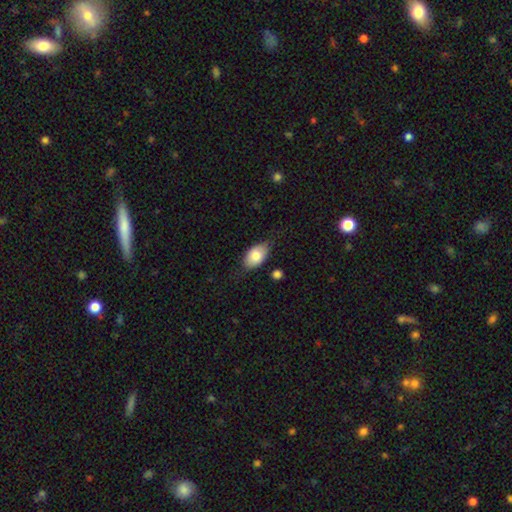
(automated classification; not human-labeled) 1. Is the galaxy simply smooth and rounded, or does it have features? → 78% smooth, 16% featured or disk, 7% star or artifact.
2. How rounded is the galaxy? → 90% in between, 8% round, 2% cigar-shaped.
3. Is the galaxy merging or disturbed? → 72% none, 21% minor disturbance, 5% major disturbance, 3% merger.